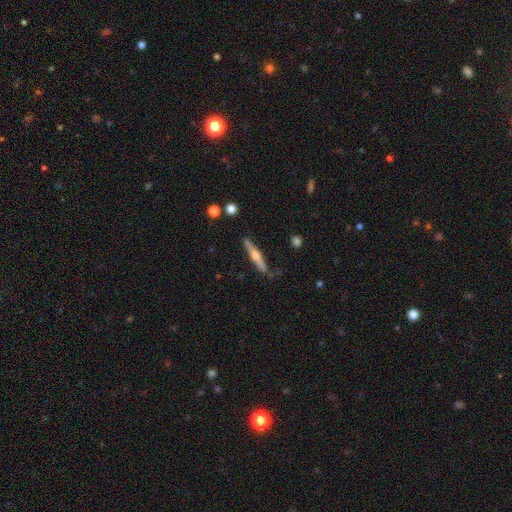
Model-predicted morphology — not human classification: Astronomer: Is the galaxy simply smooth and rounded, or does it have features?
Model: featured or disk — 66%.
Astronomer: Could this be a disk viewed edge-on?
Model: yes — 98%.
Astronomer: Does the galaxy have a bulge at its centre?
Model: rounded — 89%.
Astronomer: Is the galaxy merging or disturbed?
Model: none — 86%.